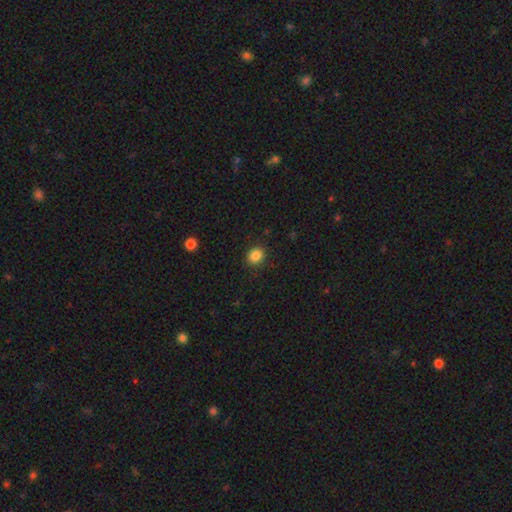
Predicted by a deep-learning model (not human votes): smooth_or_featured: smooth (p=0.85) [alt: star or artifact p=0.11]
how_rounded: round (p=0.69) [alt: in between p=0.30]
merging: none (p=0.90) [alt: minor disturbance p=0.07]